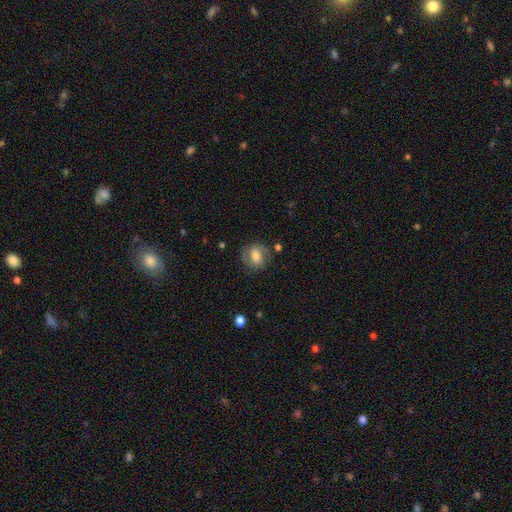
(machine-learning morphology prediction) Overall: featured or disk (48%; smooth 44%). Merging: none (73%).